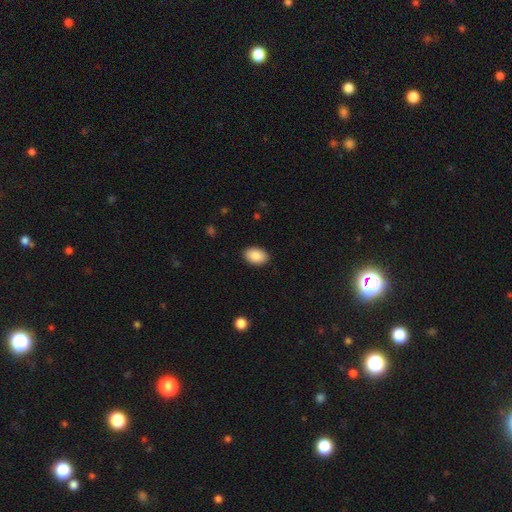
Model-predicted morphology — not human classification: The model was most divided on "how rounded": in between: 90%, round: 9%, cigar-shaped: 1%. More confident: merging — none (90%); smooth or featured — smooth (90%).